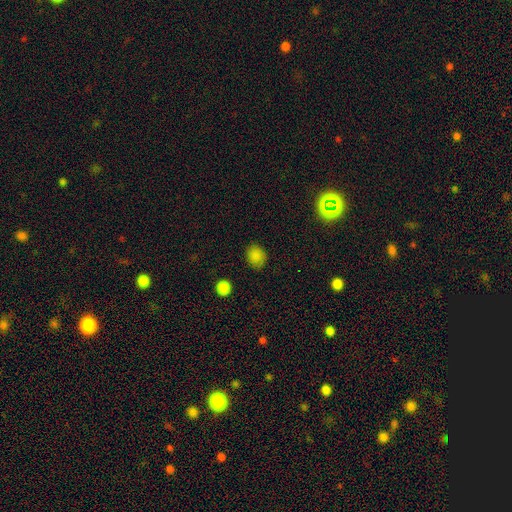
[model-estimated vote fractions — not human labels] This appears to be a smooth galaxy with no disk features (83%) that is round (64%). Merging: none (84%).